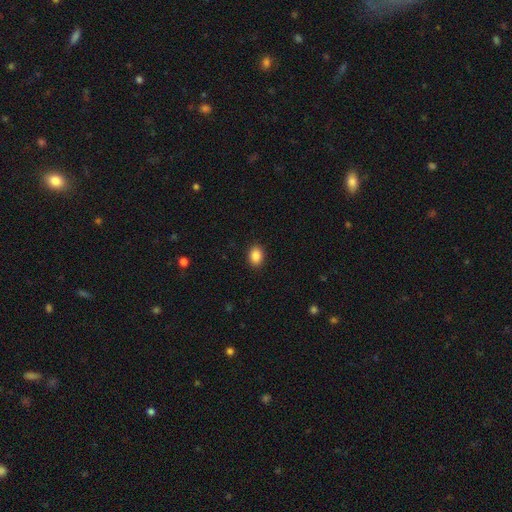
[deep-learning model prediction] Smooth or featured: smooth — 88% (star or artifact — 9%)
How rounded: in between — 68% (round — 31%)
Merging: none — 90% (minor disturbance — 7%)